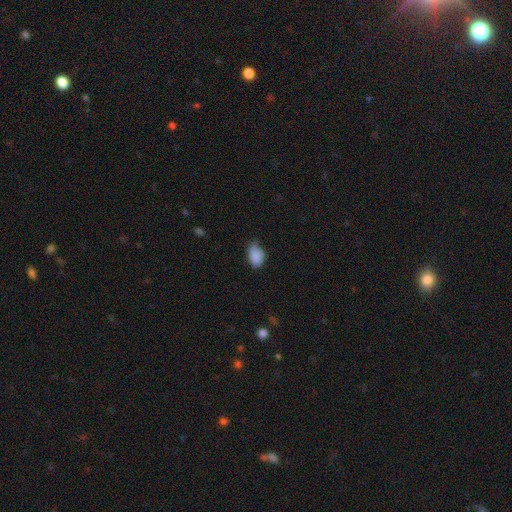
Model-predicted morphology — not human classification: smooth_or_featured: smooth (p=0.86) [alt: star or artifact p=0.08]
how_rounded: in between (p=0.86) [alt: round p=0.13]
merging: none (p=0.51) [alt: minor disturbance p=0.40]